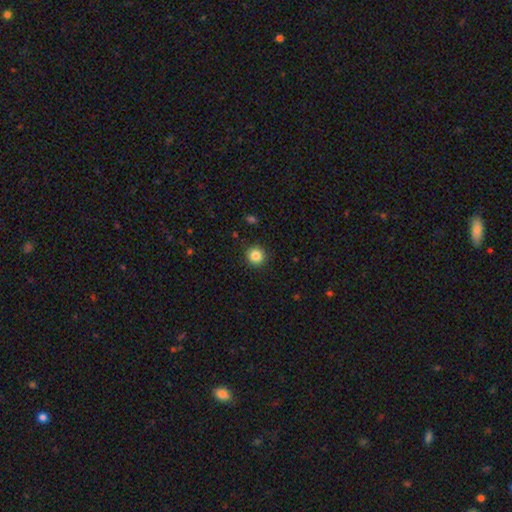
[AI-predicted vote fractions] A smooth galaxy with no disk features (84%) that is round (93%).

Vote fractions:
- Smooth or featured? smooth: 84% / star or artifact: 10% / featured or disk: 5%
- How rounded? round: 93% / in between: 6% / cigar-shaped: 1%
- Merging? none: 91% / minor disturbance: 6% / major disturbance: 2% / merger: 1%